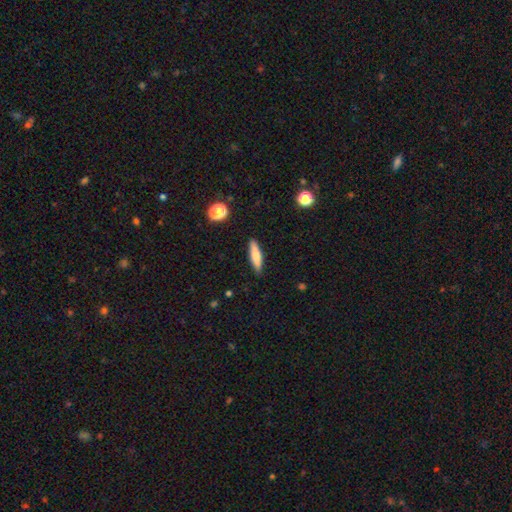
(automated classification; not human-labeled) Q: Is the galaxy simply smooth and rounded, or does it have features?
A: smooth — 63%.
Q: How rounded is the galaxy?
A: cigar-shaped — 78%.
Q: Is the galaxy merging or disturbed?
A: none — 89%.